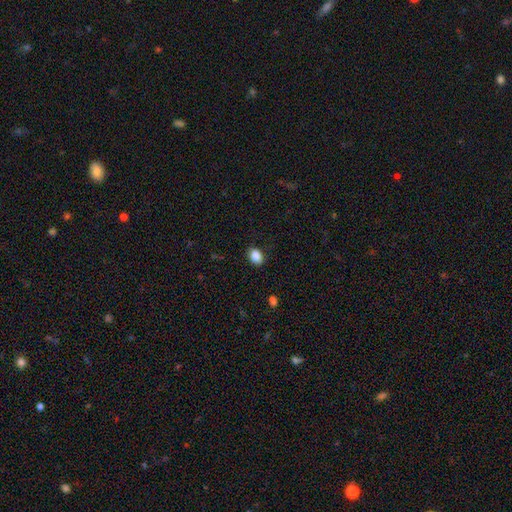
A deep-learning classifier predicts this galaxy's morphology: Smooth or featured? smooth (87%)
How rounded? in between (69%)
Merging? none (87%)